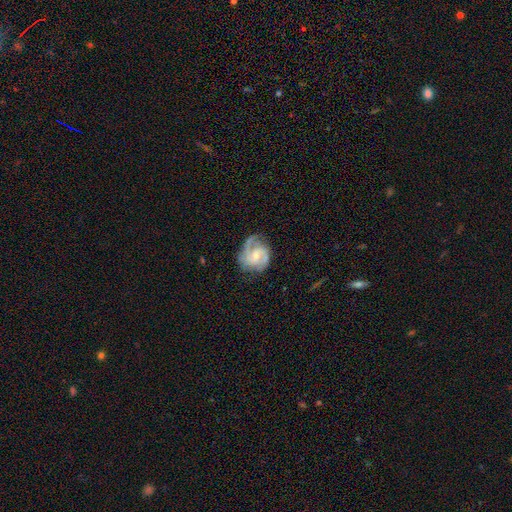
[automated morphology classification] A featured or disk galaxy (86%) with no bar (46%), 2 (67%) medium (50%) spiral arms (97%) and a small central bulge (53%). Merging: none (67%).